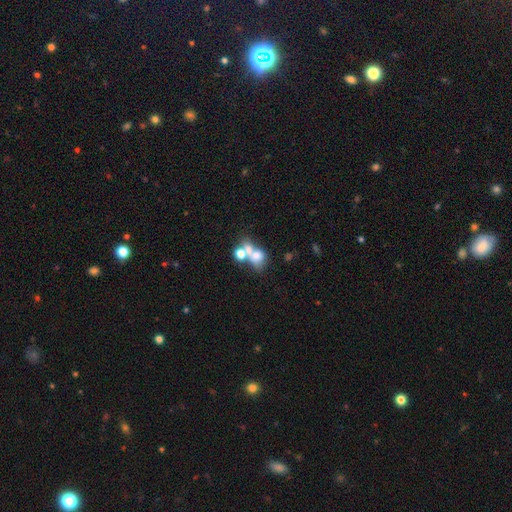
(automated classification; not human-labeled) smooth 60%, featured or disk 23%, star or artifact 17%. Down the decision tree: how rounded — round (51%); merging — merger (60%).